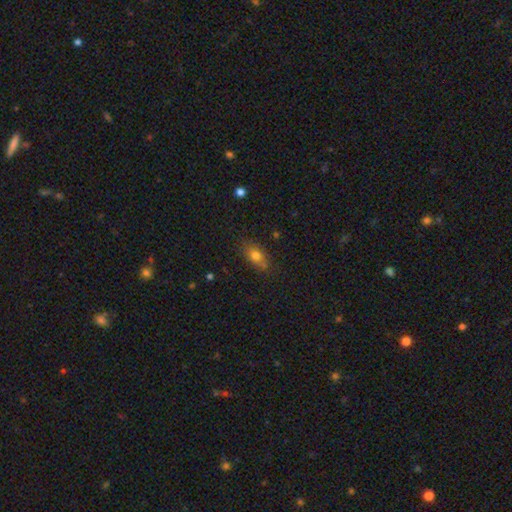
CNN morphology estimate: Overall: smooth (74%). How rounded: in between (77%). Merging: none (75%).